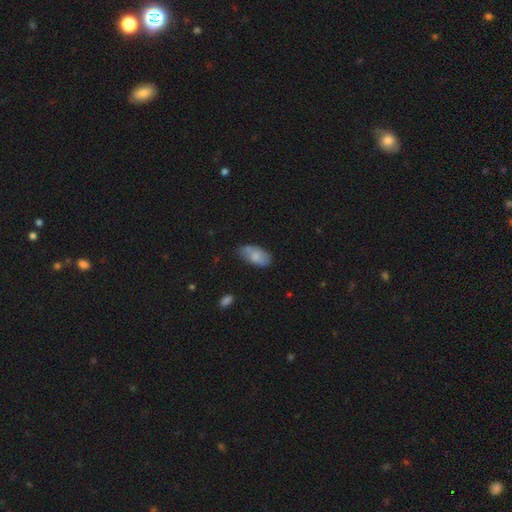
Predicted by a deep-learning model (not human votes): This appears to be a smooth galaxy with no disk features (76%) that is in between round and cigar-shaped (93%). Merging: none (58%).